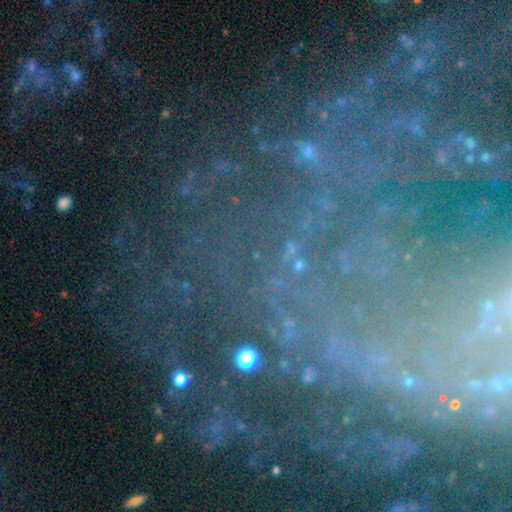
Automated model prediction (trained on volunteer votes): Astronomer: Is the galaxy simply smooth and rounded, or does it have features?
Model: star or artifact — 52% (runner-up: featured or disk, 33%).